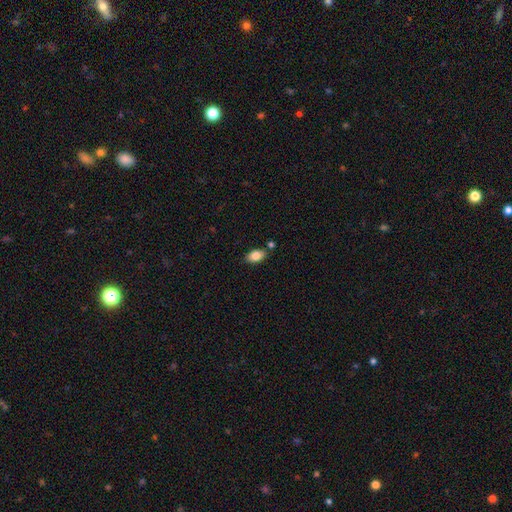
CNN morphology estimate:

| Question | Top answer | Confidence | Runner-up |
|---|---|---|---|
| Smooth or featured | smooth | 84% | featured or disk (8%) |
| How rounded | in between | 92% | round (6%) |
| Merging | none | 80% | minor disturbance (11%) |